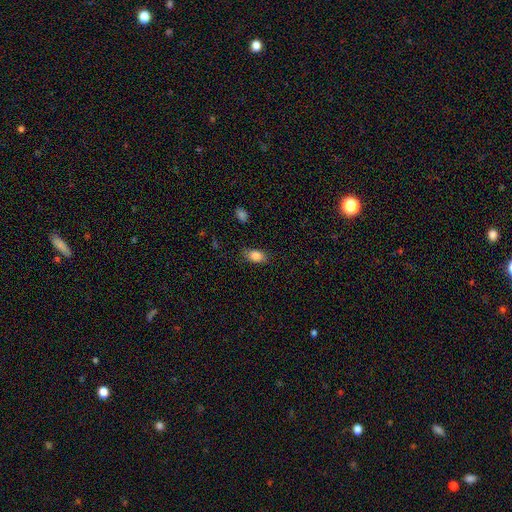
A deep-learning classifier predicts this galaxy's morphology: smooth-or-featured: smooth: 86% | star or artifact: 9% | featured or disk: 5%
  how-rounded: in between: 85% | round: 13% | cigar-shaped: 2%
  merging: none: 78% | minor disturbance: 16% | major disturbance: 4% | merger: 1%